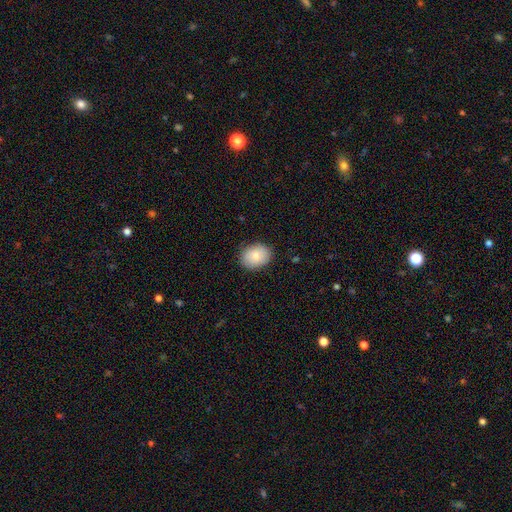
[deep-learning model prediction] Smooth or featured?
  - smooth: 84% *
  - featured or disk: 10%
  - star or artifact: 7%
How rounded?
  - in between: 65% *
  - round: 34%
  - cigar-shaped: 1%
Merging?
  - none: 85% *
  - minor disturbance: 11%
  - major disturbance: 2%
  - merger: 1%